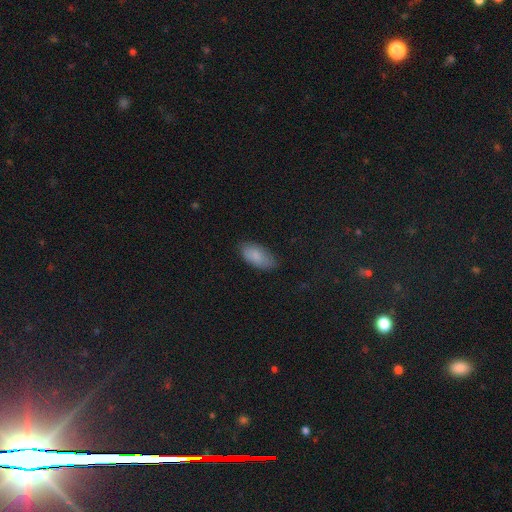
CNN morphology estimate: smooth-or-featured: smooth: 82% | featured or disk: 11% | star or artifact: 7%
  how-rounded: in between: 92% | cigar-shaped: 6% | round: 2%
  merging: none: 78% | minor disturbance: 18% | major disturbance: 4% | merger: 1%